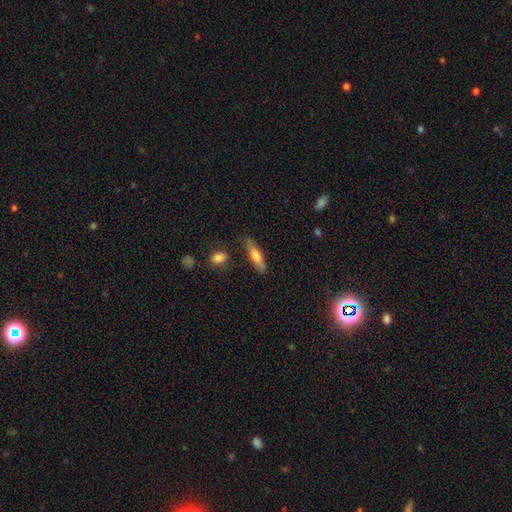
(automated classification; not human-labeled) This appears to be a smooth galaxy with no disk features (62%) that is cigar-shaped (71%). Merging: none (74%).